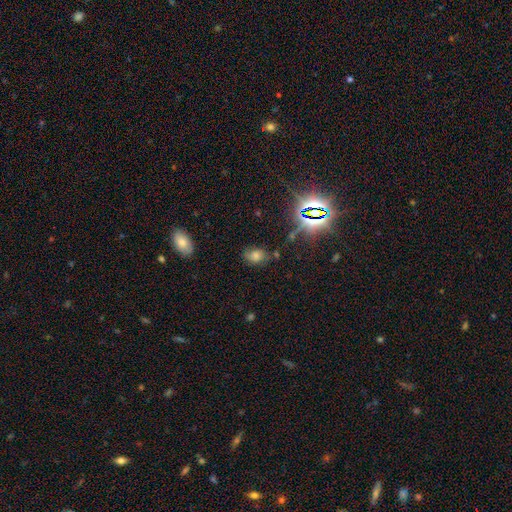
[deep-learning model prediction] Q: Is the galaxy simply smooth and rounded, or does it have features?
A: smooth — 46%.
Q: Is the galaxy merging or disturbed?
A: none — 72%.